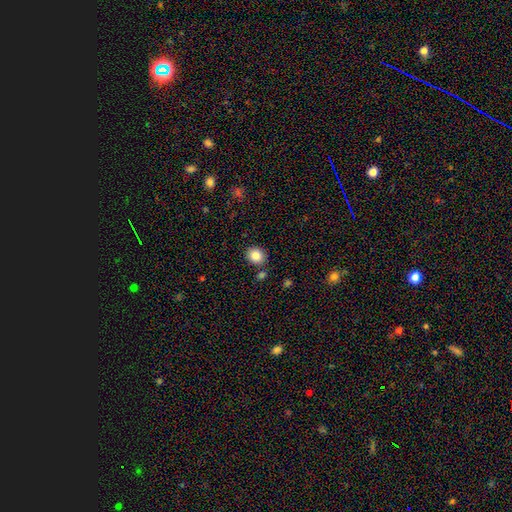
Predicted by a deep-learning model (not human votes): Smooth or featured? Predicted: smooth (p=0.85). How rounded? Predicted: round (p=0.67). Merging? Predicted: none (p=0.83).